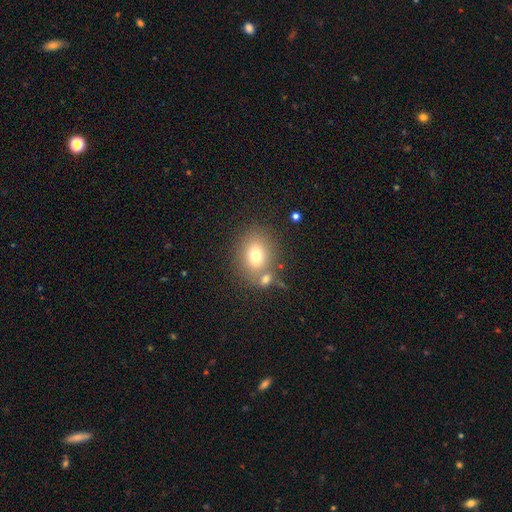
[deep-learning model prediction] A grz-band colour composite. It shows a smooth galaxy with no disk features (74%) that is round (56%). Merging: none (66%).